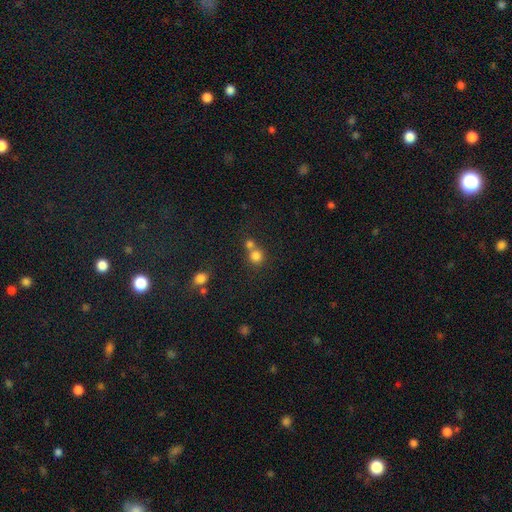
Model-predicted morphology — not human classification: A smooth galaxy with no disk features (79%) that is round (89%).

Vote fractions:
- Smooth or featured? smooth: 79% / star or artifact: 14% / featured or disk: 7%
- How rounded? round: 89% / in between: 10% / cigar-shaped: 1%
- Merging? none: 50% / merger: 41% / minor disturbance: 7% / major disturbance: 3%